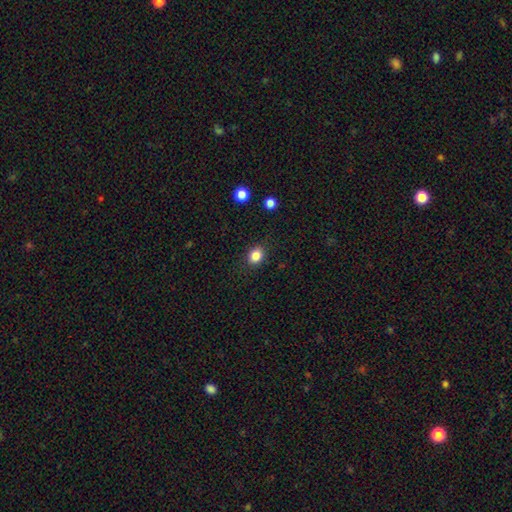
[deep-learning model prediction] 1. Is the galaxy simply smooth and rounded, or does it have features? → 84% smooth, 11% star or artifact, 5% featured or disk.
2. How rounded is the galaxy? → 59% round, 40% in between, 1% cigar-shaped.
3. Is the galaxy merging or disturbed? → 88% none, 9% minor disturbance, 3% major disturbance, 1% merger.